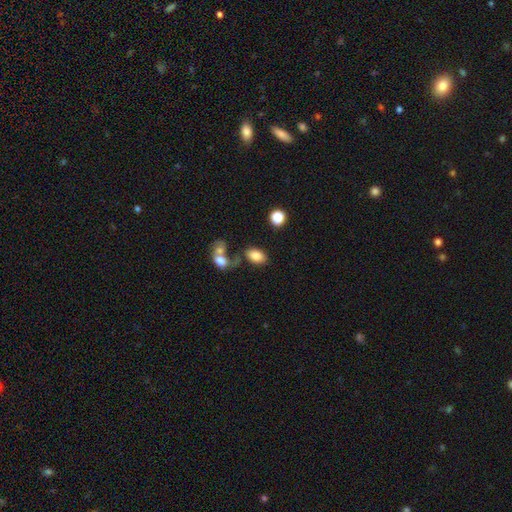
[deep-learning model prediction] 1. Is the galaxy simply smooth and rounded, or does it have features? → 81% smooth, 10% featured or disk, 9% star or artifact.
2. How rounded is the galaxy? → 89% in between, 10% round, 2% cigar-shaped.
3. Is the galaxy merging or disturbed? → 57% none, 21% merger, 14% minor disturbance, 8% major disturbance.